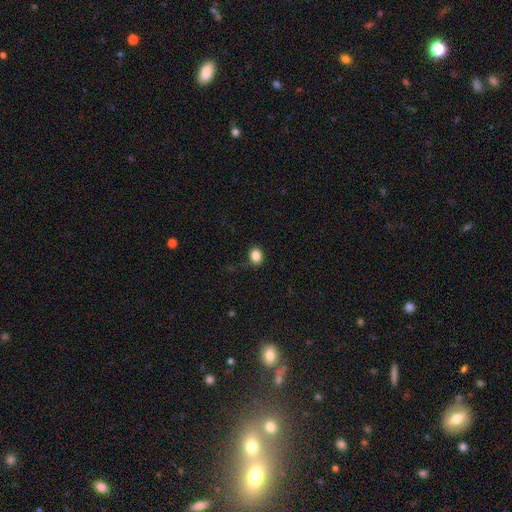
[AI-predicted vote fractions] Smooth or featured? smooth (84%)
How rounded? round (63%)
Merging? none (77%)